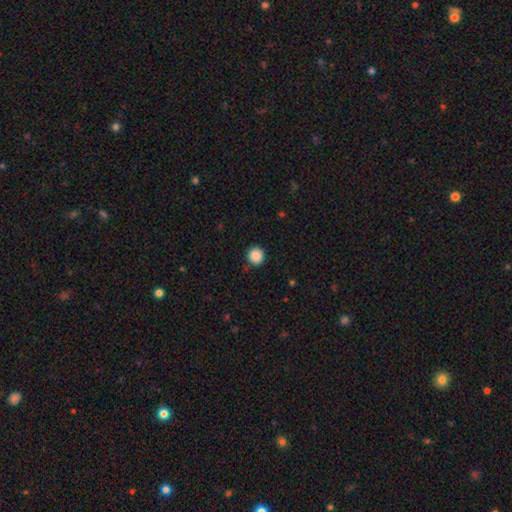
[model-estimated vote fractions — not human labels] A smooth galaxy with no disk features (88%) that is round (91%). Merging: none (88%).